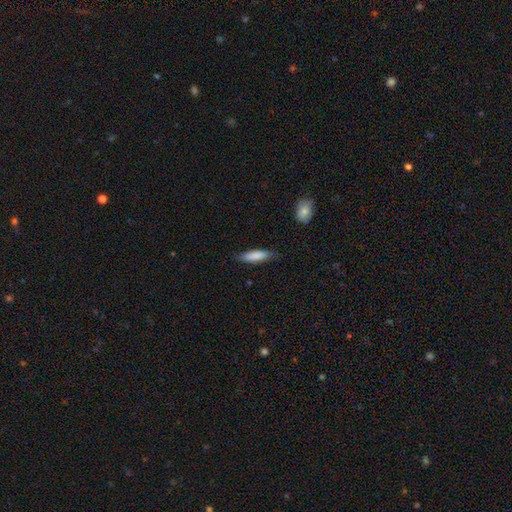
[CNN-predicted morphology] The model was most divided on "how rounded": cigar-shaped: 67%, in between: 31%, round: 1%. More confident: smooth or featured — smooth (82%); merging — none (82%).